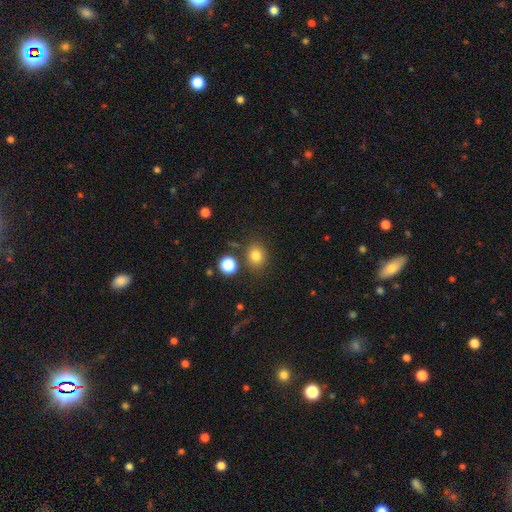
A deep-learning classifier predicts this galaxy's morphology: This is clearly a smooth galaxy (81%). How rounded: likely round (63%). Merging: clearly none (80%).